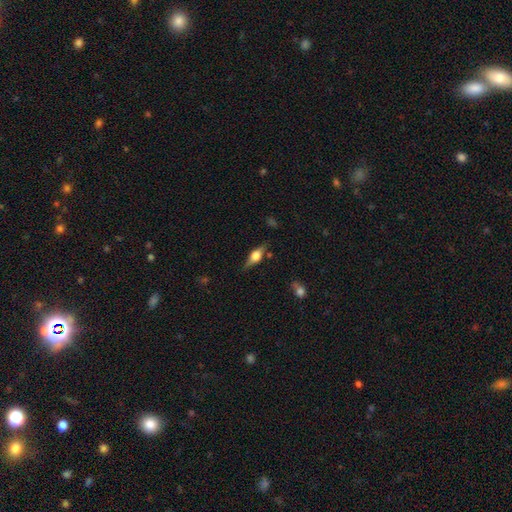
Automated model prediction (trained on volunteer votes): Smooth or featured? Predicted: featured or disk (p=0.59). Edge-on disk? Predicted: yes (p=0.94). Edge-on bulge? Predicted: rounded (p=0.90). Merging? Predicted: none (p=0.78).